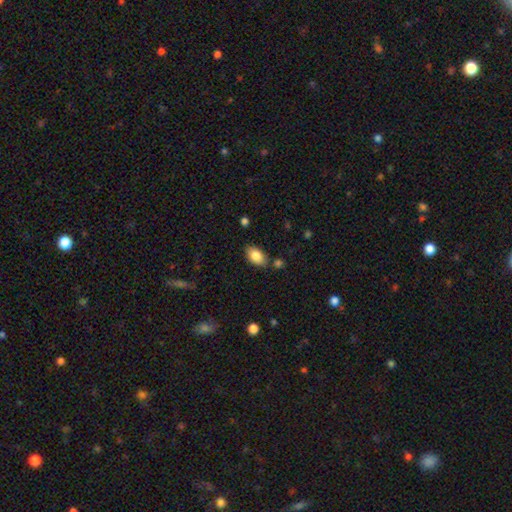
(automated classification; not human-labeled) Q: Smooth or featured?
A: smooth (85%); runner-up: featured or disk (8%)
Q: How rounded?
A: in between (92%); runner-up: round (6%)
Q: Merging?
A: none (79%); runner-up: minor disturbance (14%)